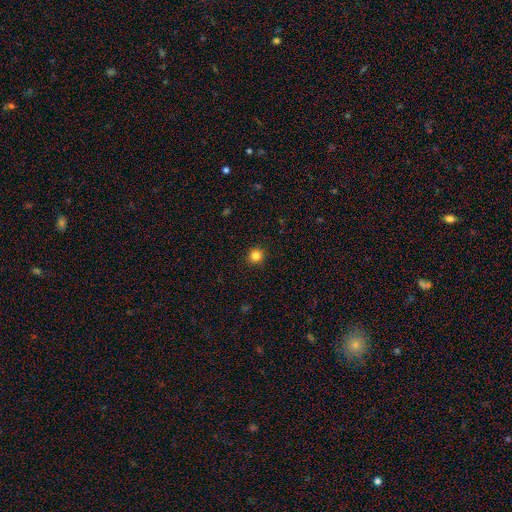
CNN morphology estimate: Smooth or featured: smooth — 84% (star or artifact — 12%)
How rounded: round — 94% (in between — 5%)
Merging: none — 93% (minor disturbance — 5%)